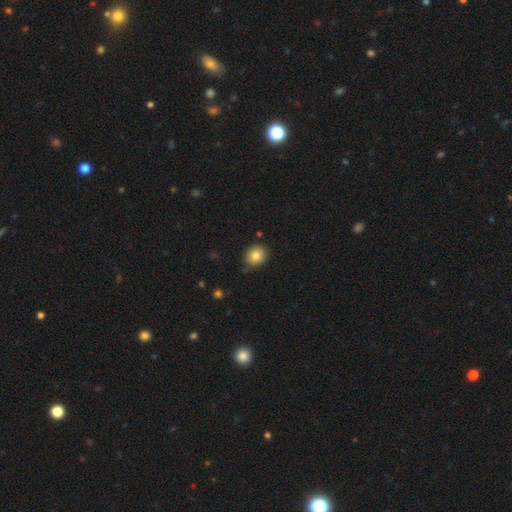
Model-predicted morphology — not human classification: smooth_or_featured: smooth (p=0.83) [alt: star or artifact p=0.09]
how_rounded: round (p=0.69) [alt: in between p=0.30]
merging: none (p=0.85) [alt: minor disturbance p=0.11]